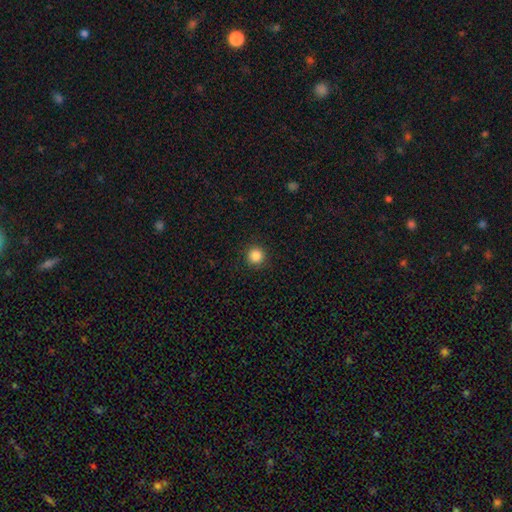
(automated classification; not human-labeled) Overall: smooth (86%). How rounded: round (95%). Merging: none (92%).